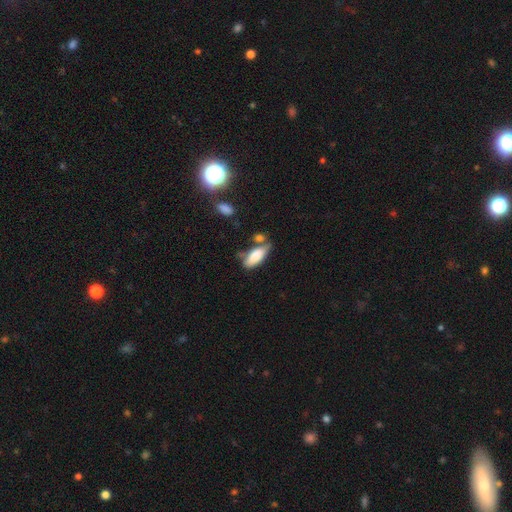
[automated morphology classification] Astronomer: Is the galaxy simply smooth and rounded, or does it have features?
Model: smooth — 78%.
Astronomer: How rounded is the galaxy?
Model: in between — 78%.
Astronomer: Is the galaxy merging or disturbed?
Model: none — 52%.